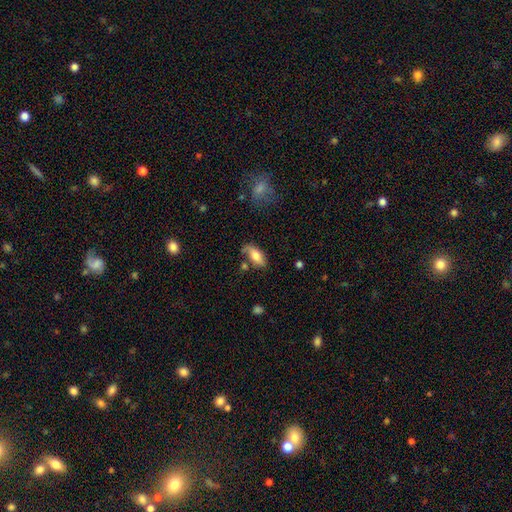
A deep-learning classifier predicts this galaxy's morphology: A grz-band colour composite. It shows a smooth galaxy with no disk features (72%) that is in between round and cigar-shaped (83%). Merging: none (58%).